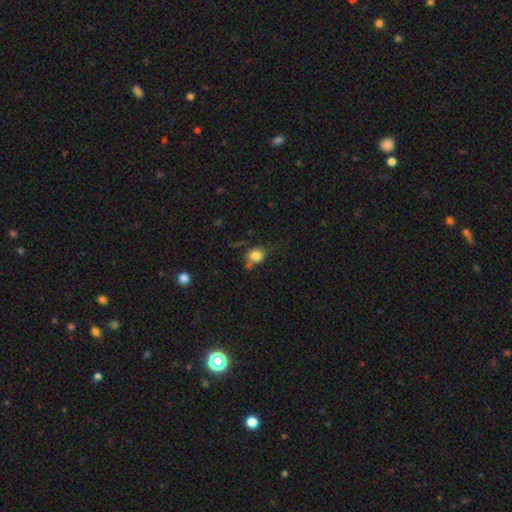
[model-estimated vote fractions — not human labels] Q: Smooth or featured?
A: smooth (80%); runner-up: star or artifact (11%)
Q: How rounded?
A: round (68%); runner-up: in between (31%)
Q: Merging?
A: none (57%); runner-up: minor disturbance (24%)